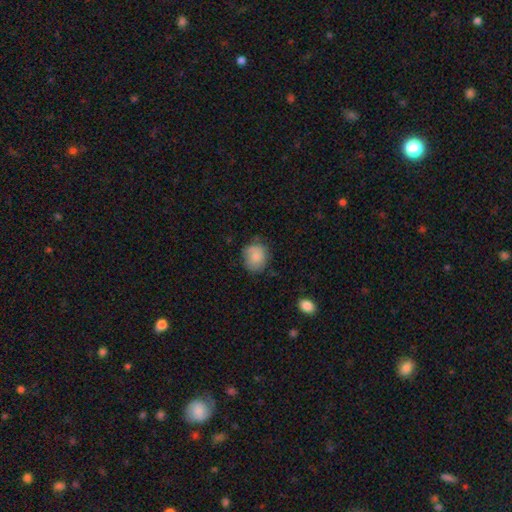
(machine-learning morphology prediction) smooth-or-featured: smooth: 81% | featured or disk: 11% | star or artifact: 8%
  how-rounded: round: 70% | in between: 29% | cigar-shaped: 1%
  merging: none: 65% | minor disturbance: 26% | major disturbance: 7% | merger: 2%